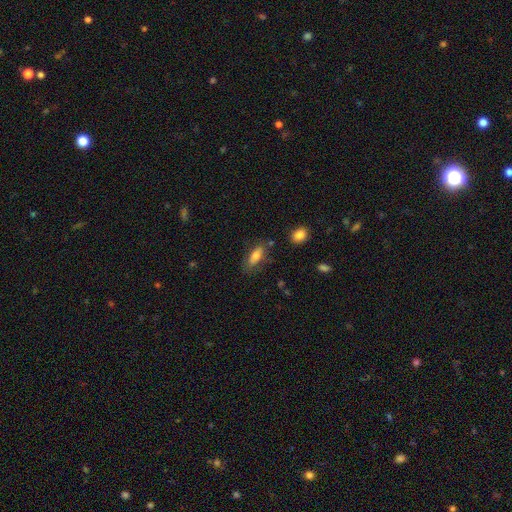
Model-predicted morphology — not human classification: Smooth or featured?
  - smooth: 76% *
  - featured or disk: 17%
  - star or artifact: 8%
How rounded?
  - in between: 72% *
  - cigar-shaped: 25%
  - round: 3%
Merging?
  - none: 71% *
  - minor disturbance: 18%
  - major disturbance: 6%
  - merger: 5%